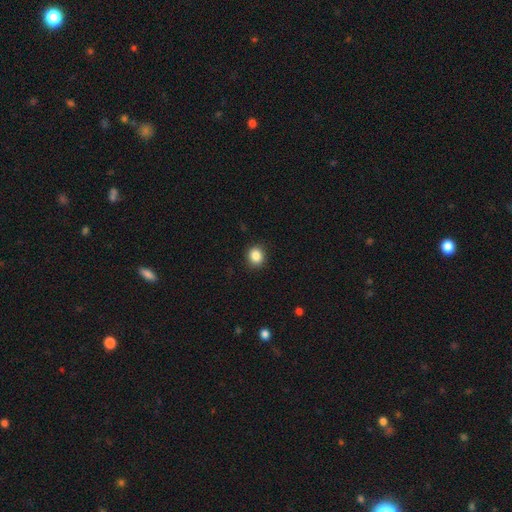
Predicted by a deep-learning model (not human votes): Smooth or featured? Predicted: smooth (p=0.86). How rounded? Predicted: round (p=0.77). Merging? Predicted: none (p=0.90).